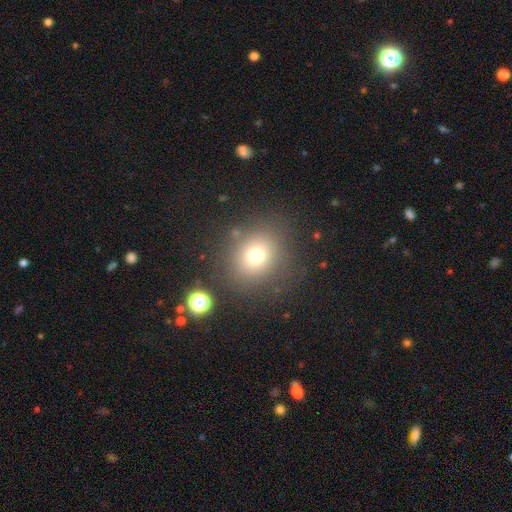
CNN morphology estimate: Smooth or featured?
  - smooth: 72% *
  - star or artifact: 17%
  - featured or disk: 11%
How rounded?
  - round: 78% *
  - in between: 21%
  - cigar-shaped: 1%
Merging?
  - none: 81% *
  - minor disturbance: 10%
  - major disturbance: 5%
  - merger: 3%